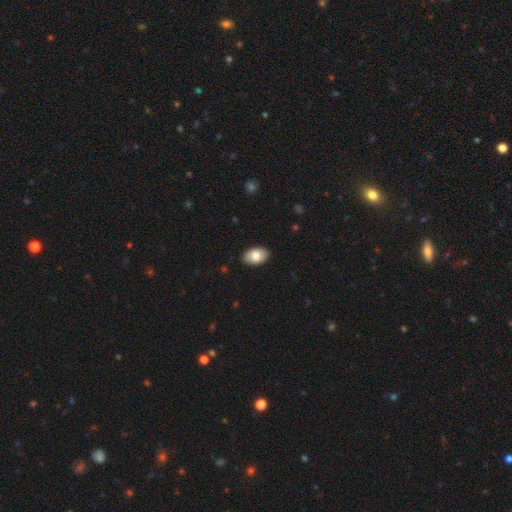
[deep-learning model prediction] Smooth or featured: smooth — 80% (featured or disk — 14%)
How rounded: in between — 92% (round — 7%)
Merging: none — 89% (minor disturbance — 8%)